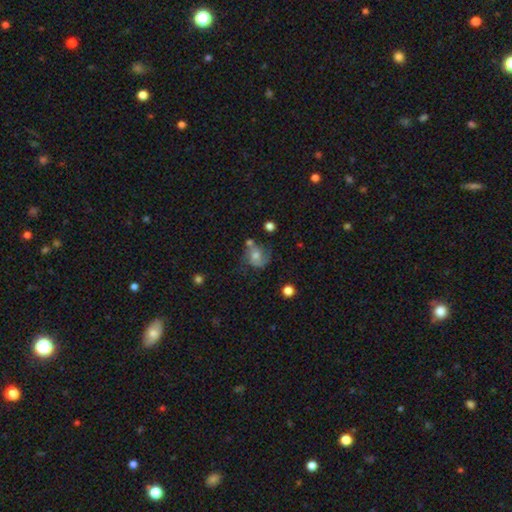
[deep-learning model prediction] Smooth or featured?
  - featured or disk: 60% *
  - smooth: 28%
  - star or artifact: 12%
Edge-on disk?
  - no: 97% *
  - yes: 3%
Bar?
  - no: 68% *
  - weak: 27%
  - strong: 5%
Spiral arms?
  - yes: 88% *
  - no: 12%
Spiral winding?
  - medium: 48% *
  - loose: 28%
  - tight: 23%
Spiral arm count?
  - 2: 69% *
  - can't tell: 12%
  - 1: 9%
  - 3: 6%
  - 4: 2%
  - more than 4: 2%
Bulge size?
  - moderate: 59% *
  - small: 28%
  - large: 7%
  - none: 4%
  - dominant: 1%
Merging?
  - none: 54% *
  - minor disturbance: 22%
  - major disturbance: 15%
  - merger: 9%